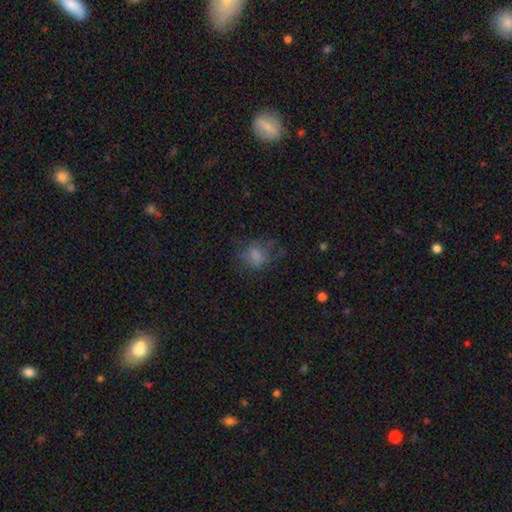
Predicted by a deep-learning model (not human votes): smooth 67%, featured or disk 19%, star or artifact 14%. Down the decision tree: how rounded — round (56%); merging — none (52%).